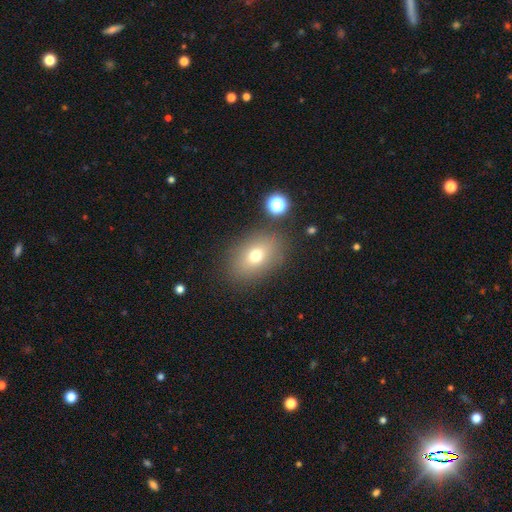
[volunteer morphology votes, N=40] Smooth or featured? smooth (90%)
How rounded? in between (78%)
Merging? none (78%)